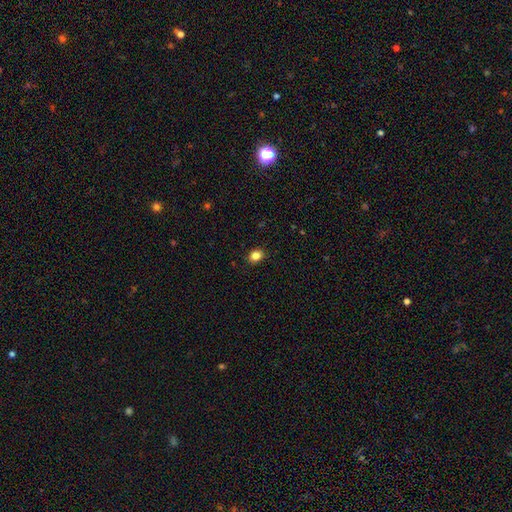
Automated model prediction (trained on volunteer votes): Smooth or featured: smooth — 84% (star or artifact — 11%)
How rounded: in between — 50% (round — 49%)
Merging: none — 88% (minor disturbance — 9%)